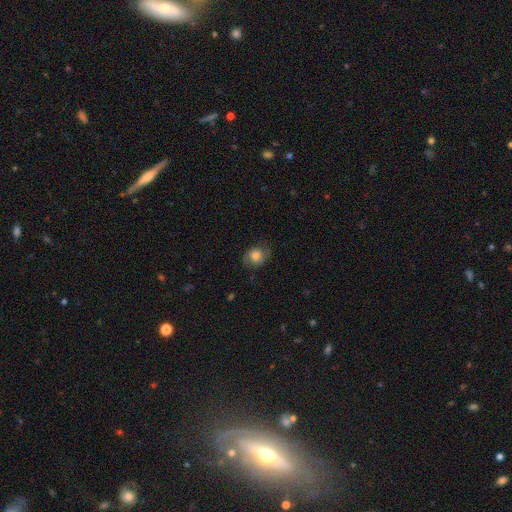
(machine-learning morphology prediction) This is likely a smooth galaxy (66%). How rounded: possibly round (59%). Merging: likely none (73%).